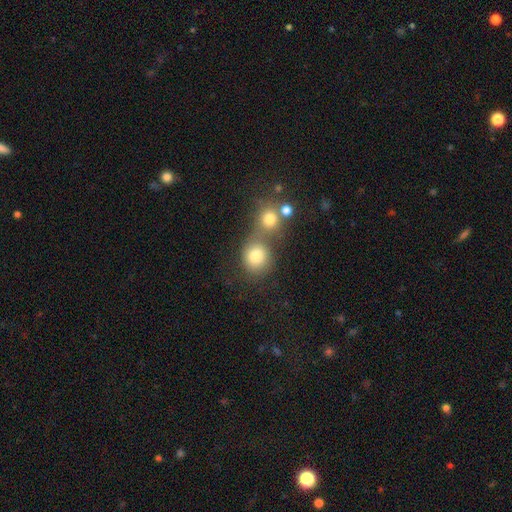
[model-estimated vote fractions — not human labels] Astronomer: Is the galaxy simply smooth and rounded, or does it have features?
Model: smooth — 78%.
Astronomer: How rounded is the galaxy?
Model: round — 80%.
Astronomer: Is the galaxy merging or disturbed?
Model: merger — 44% (runner-up: none, 43%).